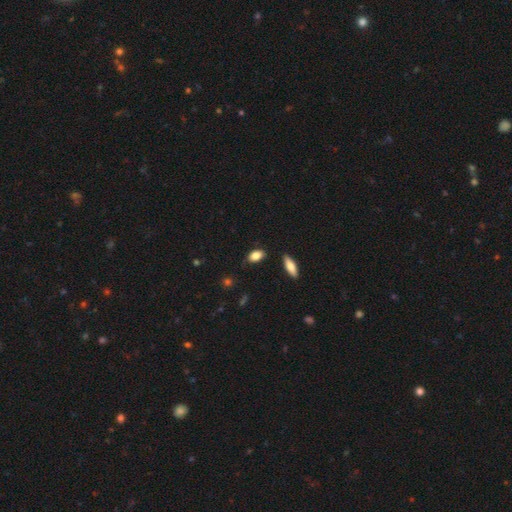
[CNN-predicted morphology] This appears to be a smooth galaxy with no disk features (83%) that is in between round and cigar-shaped (87%). Merging: none (80%).